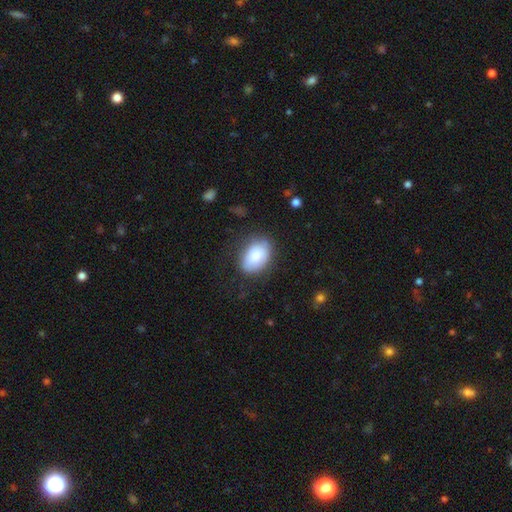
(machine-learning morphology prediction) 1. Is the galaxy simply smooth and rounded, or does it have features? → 78% smooth, 16% featured or disk, 7% star or artifact.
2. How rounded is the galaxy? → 88% in between, 11% round, 1% cigar-shaped.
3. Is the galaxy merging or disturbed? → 71% none, 21% minor disturbance, 7% major disturbance, 2% merger.